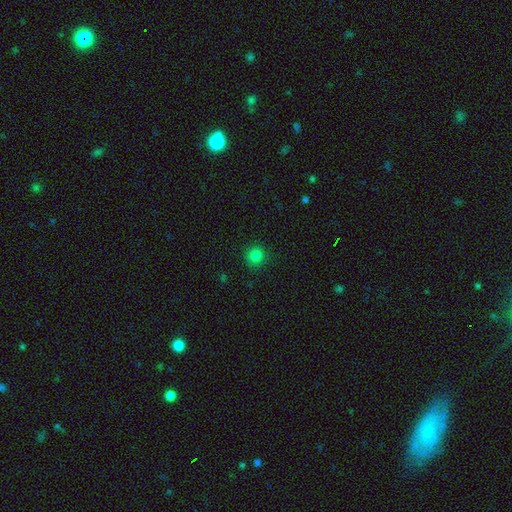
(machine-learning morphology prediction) Smooth or featured: smooth — 82% (star or artifact — 14%)
How rounded: round — 93% (in between — 6%)
Merging: none — 90% (minor disturbance — 6%)